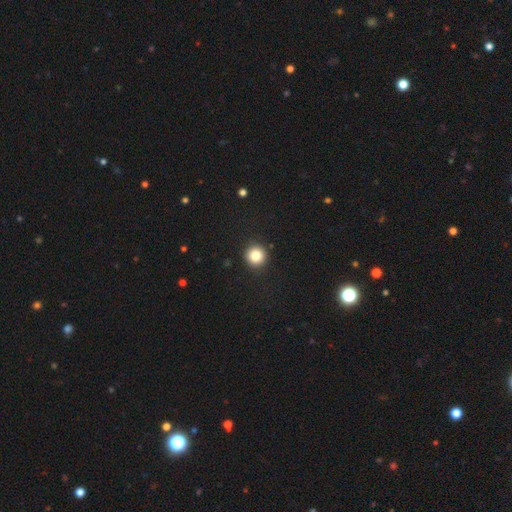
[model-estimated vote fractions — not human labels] The model was most divided on "smooth or featured": smooth: 84%, star or artifact: 10%, featured or disk: 6%. More confident: how rounded — round (95%); merging — none (92%).